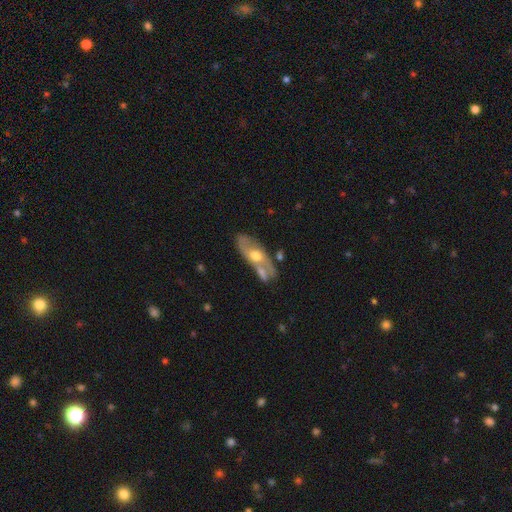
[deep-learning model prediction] Overall: featured or disk (62%; smooth 32%). Edge-on disk: no (78%). Merging: none (52%; merger 23%).